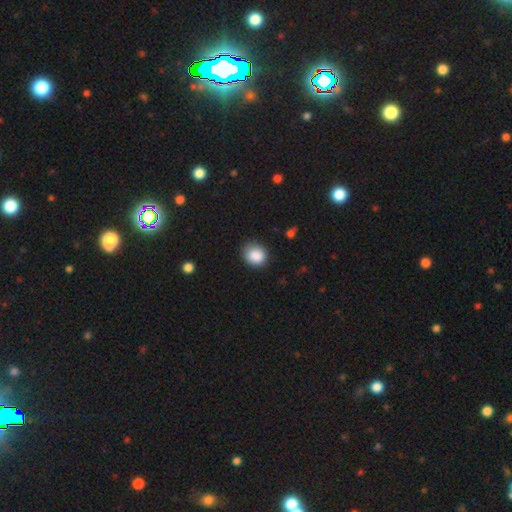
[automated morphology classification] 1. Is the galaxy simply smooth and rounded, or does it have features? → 87% smooth, 9% star or artifact, 4% featured or disk.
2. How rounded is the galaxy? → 71% round, 29% in between, 1% cigar-shaped.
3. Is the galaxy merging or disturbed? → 80% none, 15% minor disturbance, 3% major disturbance, 1% merger.